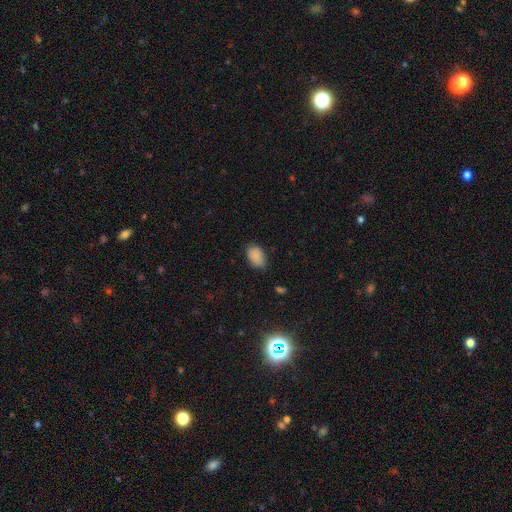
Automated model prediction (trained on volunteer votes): The model was most divided on "merging": none: 72%, minor disturbance: 23%, major disturbance: 4%, merger: 1%. More confident: how rounded — in between (89%); smooth or featured — smooth (87%).